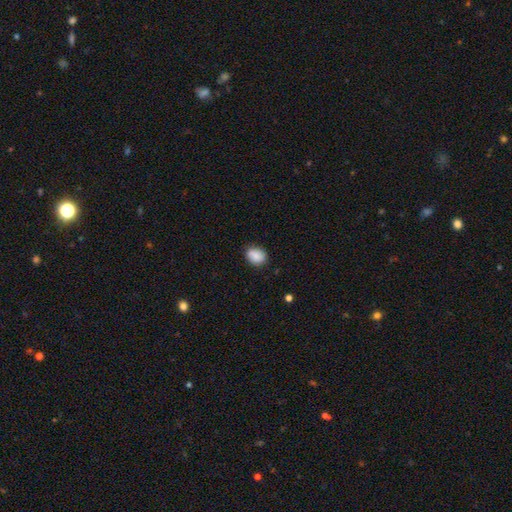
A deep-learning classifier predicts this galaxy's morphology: This is clearly a smooth galaxy (87%). How rounded: possibly in between (57%). Merging: likely none (78%).